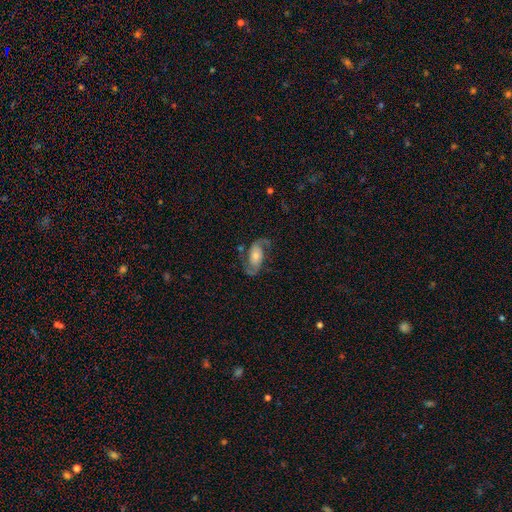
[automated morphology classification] This appears to be a featured or disk galaxy (81%) with no bar (59%), 2 (92%) loose (45%) spiral arms (95%) and a small central bulge (43%). Merging: none (71%).